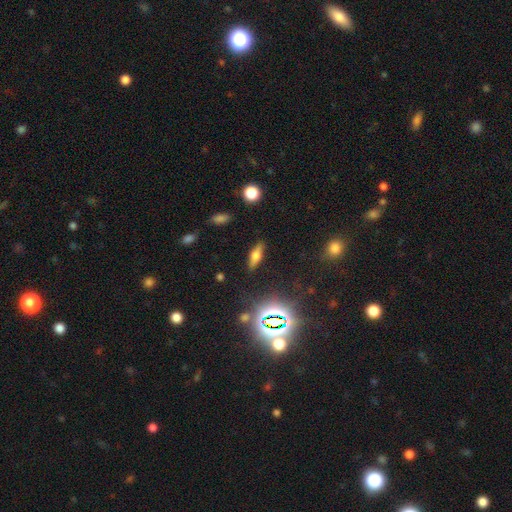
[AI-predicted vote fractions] A smooth galaxy with no disk features (52%) that is in between round and cigar-shaped (54%).

Vote fractions:
- Smooth or featured? smooth: 52% / featured or disk: 31% / star or artifact: 17%
- How rounded? in between: 54% / cigar-shaped: 42% / round: 5%
- Merging? none: 85% / minor disturbance: 10% / major disturbance: 3% / merger: 2%